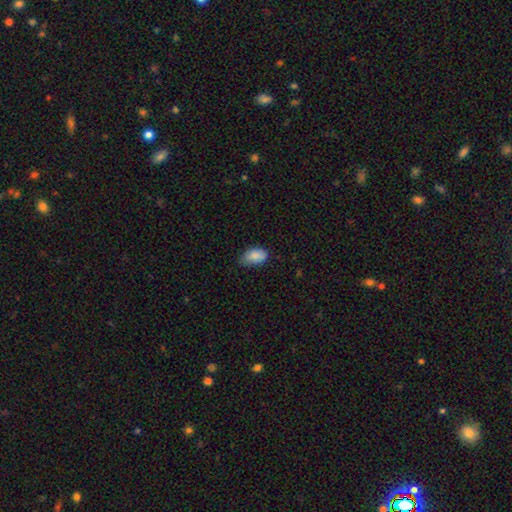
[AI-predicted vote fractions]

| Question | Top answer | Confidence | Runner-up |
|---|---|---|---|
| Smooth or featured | smooth | 87% | star or artifact (7%) |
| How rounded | in between | 92% | round (6%) |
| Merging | none | 60% | minor disturbance (33%) |